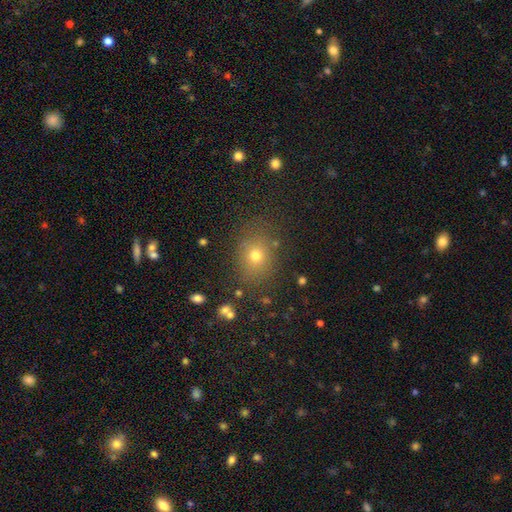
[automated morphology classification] Smooth or featured? Predicted: smooth (p=0.71). How rounded? Predicted: round (p=0.56). Merging? Predicted: none (p=0.80).